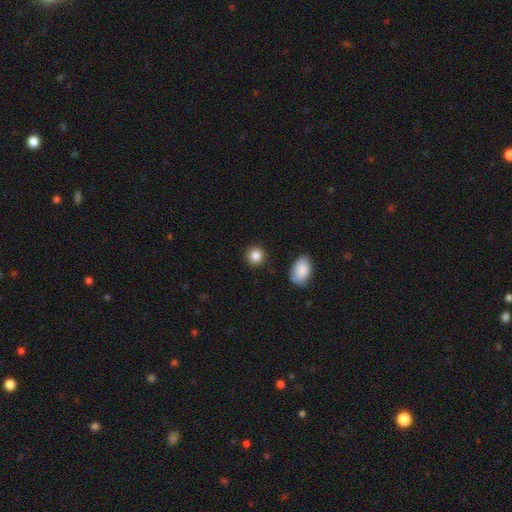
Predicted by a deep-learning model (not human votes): smooth-or-featured: smooth: 86% | star or artifact: 9% | featured or disk: 4%
  how-rounded: round: 88% | in between: 11% | cigar-shaped: 1%
  merging: none: 89% | minor disturbance: 7% | major disturbance: 2% | merger: 2%